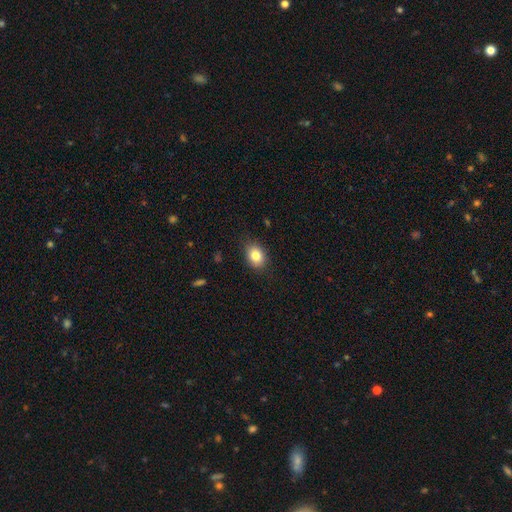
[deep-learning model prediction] This is clearly a smooth galaxy (82%). How rounded: likely in between (70%). Merging: clearly none (85%).